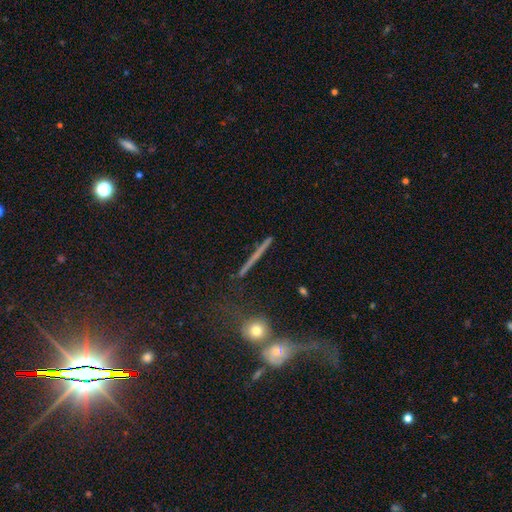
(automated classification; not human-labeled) Morphology: type=featured or disk (53%); edge-on=yes (88%); merging=none (74%).